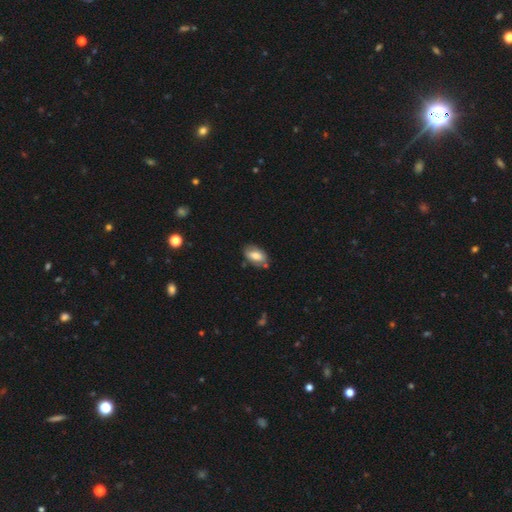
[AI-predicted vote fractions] smooth-or-featured: smooth: 71% | featured or disk: 22% | star or artifact: 7%
  how-rounded: in between: 93% | round: 5% | cigar-shaped: 3%
  merging: none: 68% | minor disturbance: 22% | major disturbance: 5% | merger: 5%